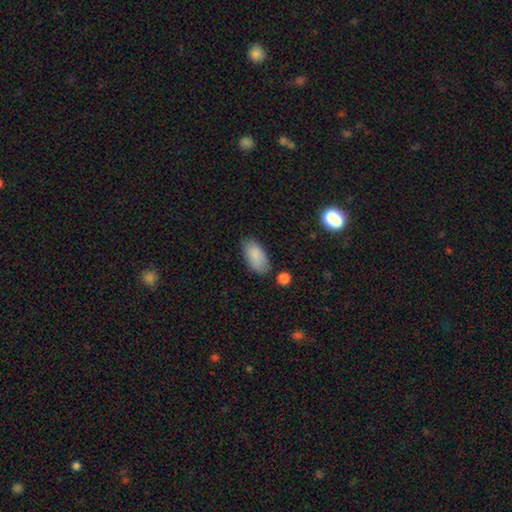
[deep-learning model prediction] A smooth galaxy with no disk features (87%) that is in between round and cigar-shaped (93%). Merging: none (75%).